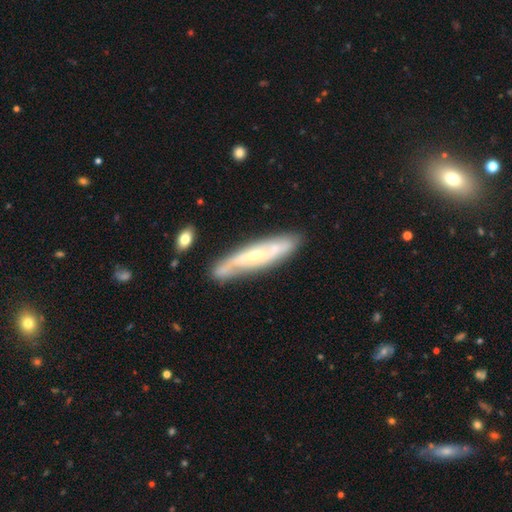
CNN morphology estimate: The model was most divided on "edge-on disk": no: 61%, yes: 39%. More confident: merging — none (77%); smooth or featured — featured or disk (71%).